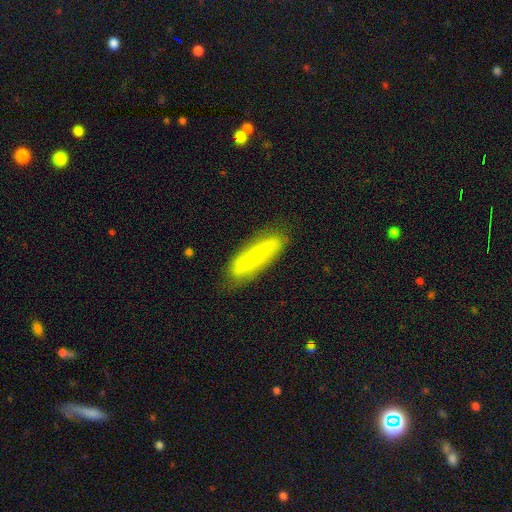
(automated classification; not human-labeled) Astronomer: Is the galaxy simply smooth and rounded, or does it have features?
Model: smooth — 52% (runner-up: featured or disk, 41%).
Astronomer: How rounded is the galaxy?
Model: cigar-shaped — 57% (runner-up: in between, 41%).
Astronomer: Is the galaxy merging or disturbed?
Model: none — 73%.